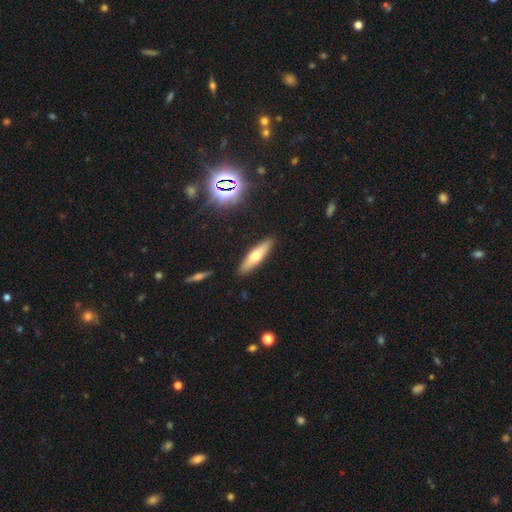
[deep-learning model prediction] A smooth galaxy with no disk features (55%) that is cigar-shaped (68%).

Vote fractions:
- Smooth or featured? smooth: 55% / featured or disk: 37% / star or artifact: 8%
- How rounded? cigar-shaped: 68% / in between: 30% / round: 2%
- Merging? none: 89% / minor disturbance: 8% / major disturbance: 2% / merger: 2%